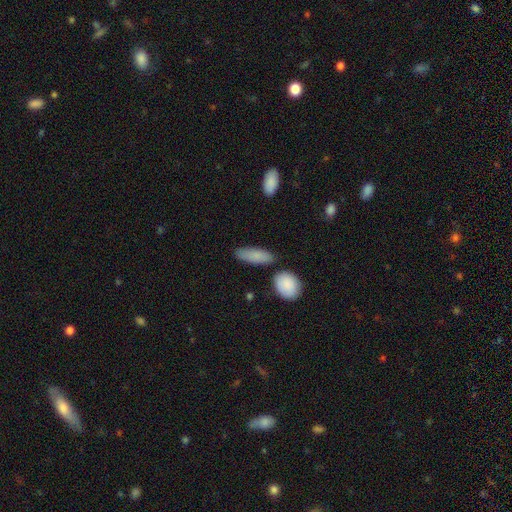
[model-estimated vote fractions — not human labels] smooth-or-featured: smooth: 84% | featured or disk: 10% | star or artifact: 6%
  how-rounded: in between: 66% | cigar-shaped: 31% | round: 3%
  merging: none: 74% | minor disturbance: 15% | merger: 8% | major disturbance: 3%